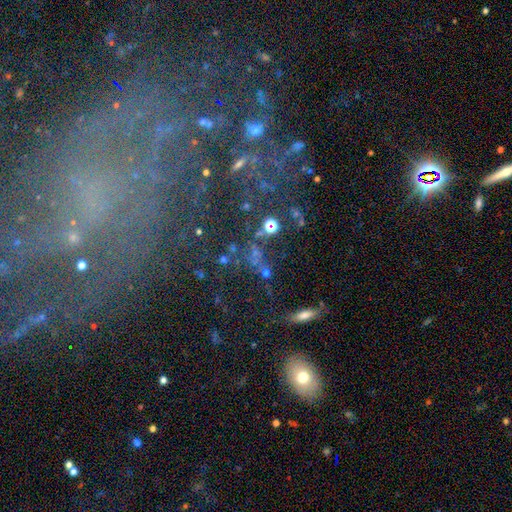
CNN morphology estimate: Smooth or featured? Predicted: star or artifact (p=0.45).